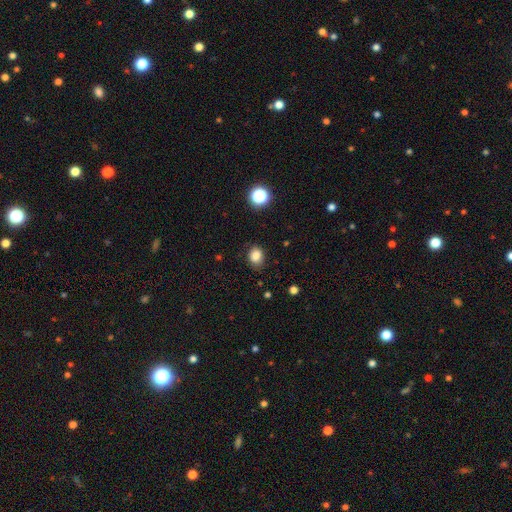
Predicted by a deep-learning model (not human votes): A smooth galaxy with no disk features (84%) that is in between round and cigar-shaped (56%).

Vote fractions:
- Smooth or featured? smooth: 84% / star or artifact: 11% / featured or disk: 5%
- How rounded? in between: 56% / round: 43% / cigar-shaped: 1%
- Merging? none: 79% / minor disturbance: 16% / major disturbance: 4% / merger: 1%